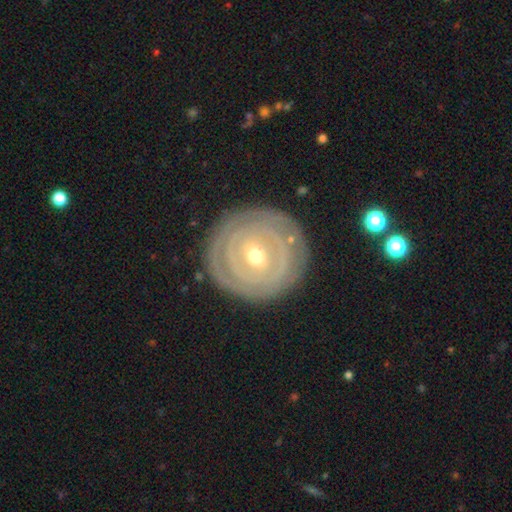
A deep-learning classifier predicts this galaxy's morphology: This is likely a featured or disk galaxy (75%). It is clearly not viewed edge-on (96%). Bar: possibly no (55%). Spiral arm pattern: likely yes (66%). Central bulge: possibly moderate (50%). Merging: clearly none (83%).